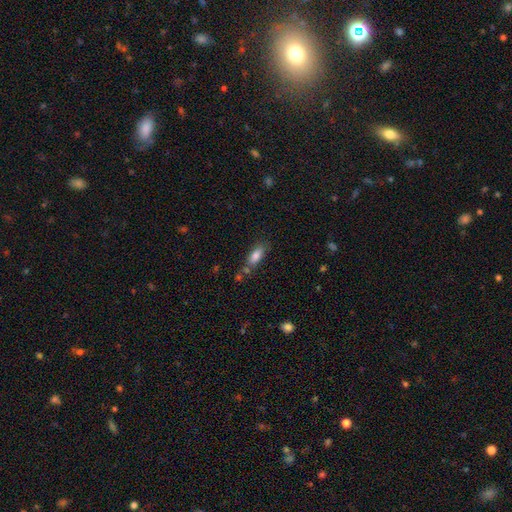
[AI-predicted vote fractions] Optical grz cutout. It shows a smooth galaxy with no disk features (81%) that is in between round and cigar-shaped (77%). Merging: none (62%).